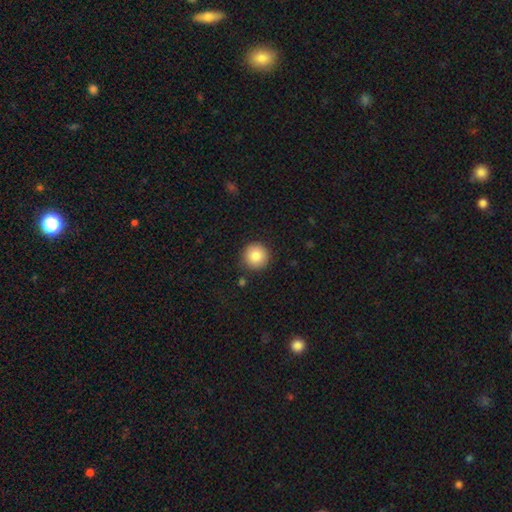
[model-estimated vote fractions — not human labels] Q: Smooth or featured?
A: smooth (86%); runner-up: star or artifact (9%)
Q: How rounded?
A: round (95%); runner-up: in between (4%)
Q: Merging?
A: none (89%); runner-up: minor disturbance (7%)